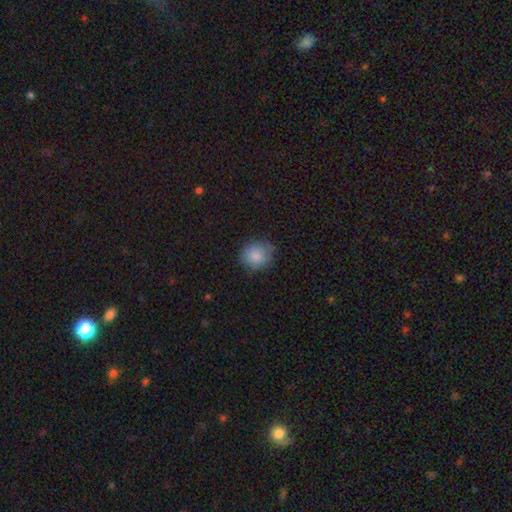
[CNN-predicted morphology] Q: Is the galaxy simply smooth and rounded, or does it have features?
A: smooth — 85%.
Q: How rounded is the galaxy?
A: round — 80%.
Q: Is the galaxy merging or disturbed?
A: none — 75%.